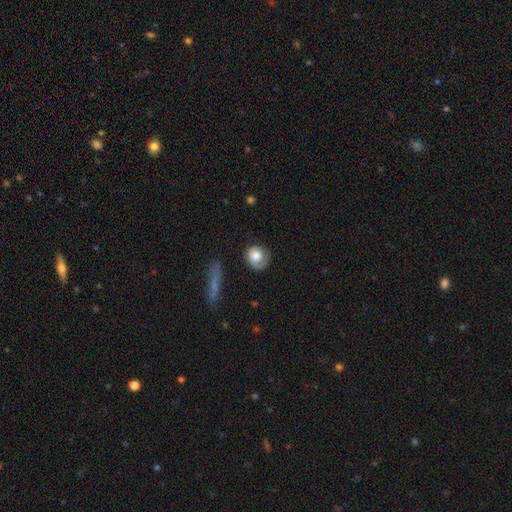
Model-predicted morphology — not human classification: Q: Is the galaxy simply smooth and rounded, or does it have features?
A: smooth — 67%.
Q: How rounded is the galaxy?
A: round — 79%.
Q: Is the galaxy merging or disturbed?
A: none — 58%.